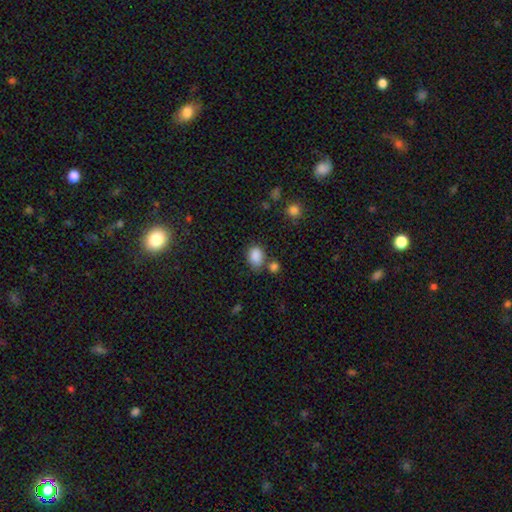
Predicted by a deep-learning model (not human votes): Overall: smooth (86%). How rounded: in between (72%). Merging: none (61%).